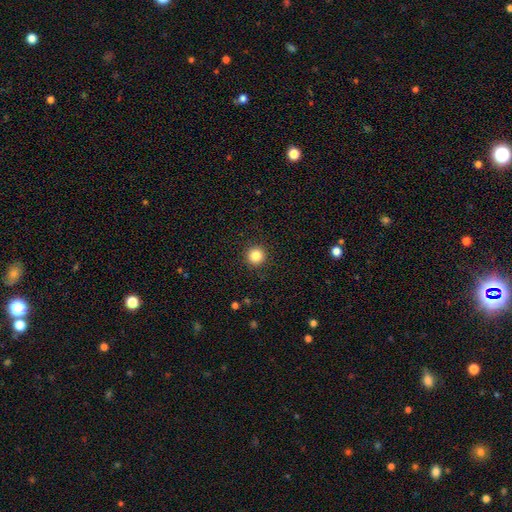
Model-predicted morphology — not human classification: A smooth galaxy with no disk features (84%) that is round (95%).

Vote fractions:
- Smooth or featured? smooth: 84% / star or artifact: 11% / featured or disk: 4%
- How rounded? round: 95% / in between: 4% / cigar-shaped: 1%
- Merging? none: 92% / minor disturbance: 5% / major disturbance: 2% / merger: 1%